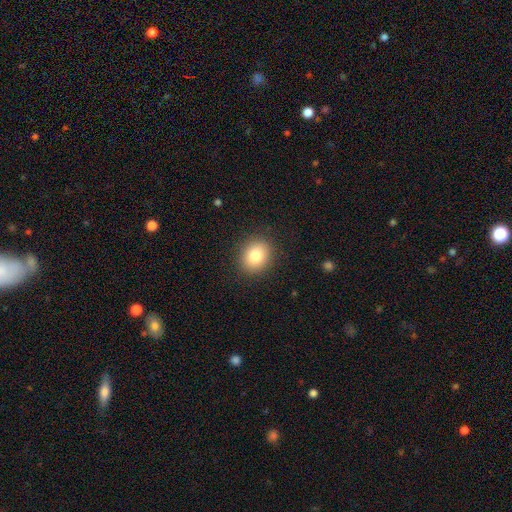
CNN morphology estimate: Smooth or featured? Predicted: smooth (p=0.82). How rounded? Predicted: round (p=0.63). Merging? Predicted: none (p=0.89).